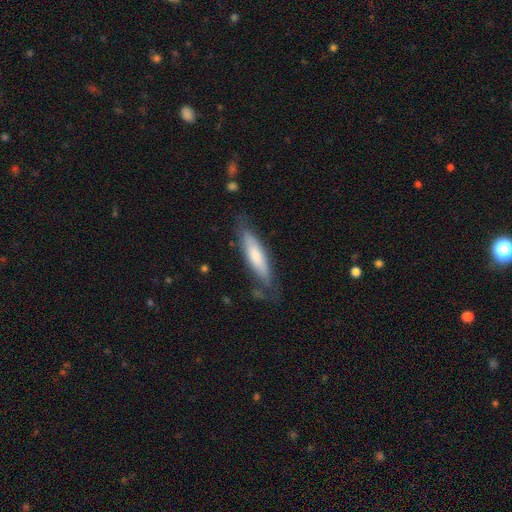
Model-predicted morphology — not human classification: The model was most divided on "smooth or featured": smooth: 66%, featured or disk: 28%, star or artifact: 5%. More confident: how rounded — cigar-shaped (71%); merging — none (69%).